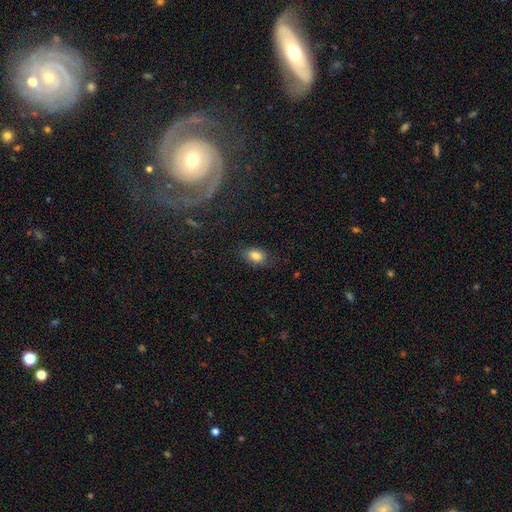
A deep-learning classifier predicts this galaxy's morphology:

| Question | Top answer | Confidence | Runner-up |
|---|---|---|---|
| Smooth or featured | smooth | 83% | star or artifact (10%) |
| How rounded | in between | 82% | round (16%) |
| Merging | none | 77% | minor disturbance (18%) |